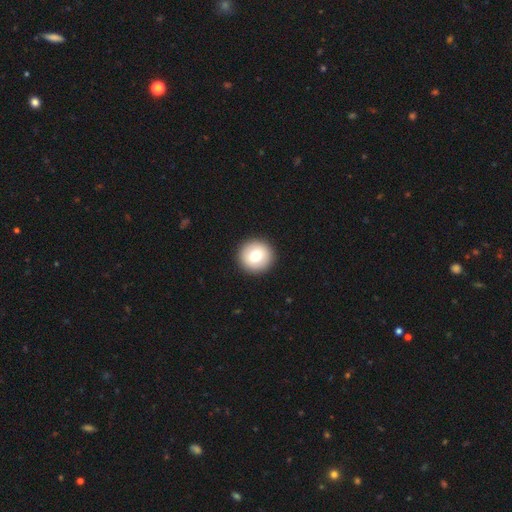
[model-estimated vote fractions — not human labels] A smooth galaxy with no disk features (76%) that is round (96%). Merging: none (93%).